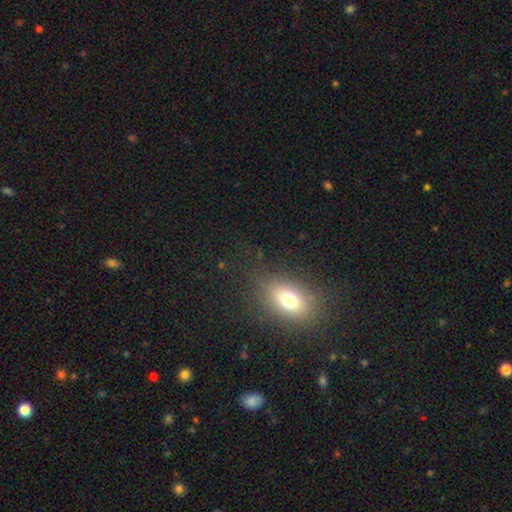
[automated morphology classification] smooth 68%, star or artifact 22%, featured or disk 10%. Down the decision tree: how rounded — in between (74%); merging — none (85%).